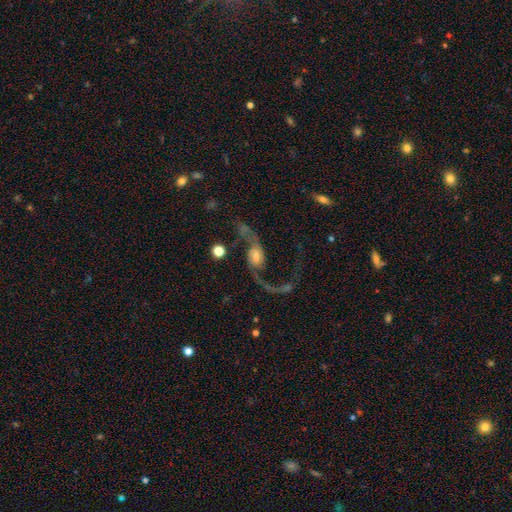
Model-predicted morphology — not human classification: Smooth or featured? featured or disk (84%)
Edge-on disk? no (95%)
Bar? no (52%)
Spiral arms? yes (94%)
Spiral winding? loose (89%)
Spiral arm count? 2 (90%)
Bulge size? moderate (44%)
Merging? none (49%)